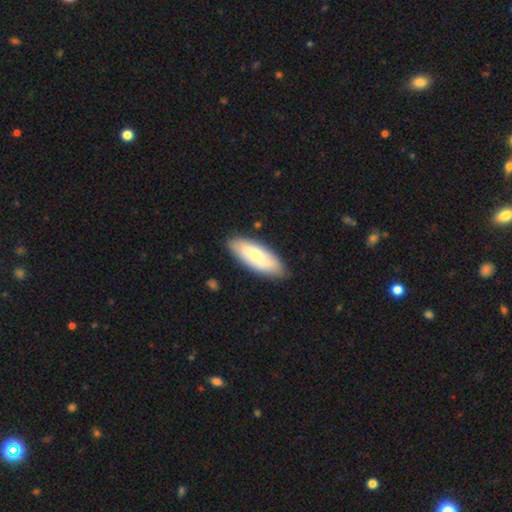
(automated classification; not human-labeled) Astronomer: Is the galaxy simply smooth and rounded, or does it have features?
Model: smooth — 64%.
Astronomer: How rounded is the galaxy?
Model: in between — 71%.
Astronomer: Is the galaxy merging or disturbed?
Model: none — 86%.